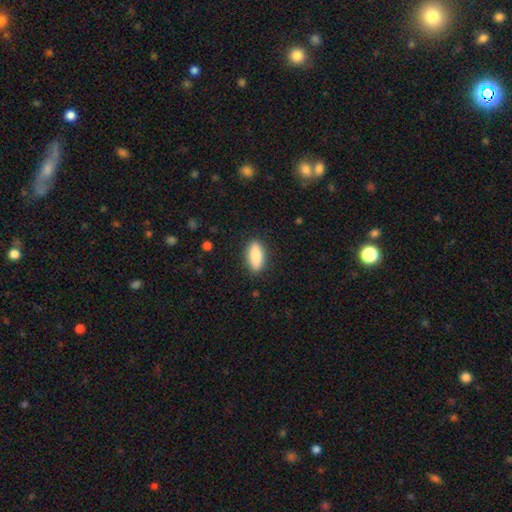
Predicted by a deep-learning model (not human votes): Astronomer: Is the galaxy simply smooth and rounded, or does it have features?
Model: smooth — 86%.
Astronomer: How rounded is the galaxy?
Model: in between — 76%.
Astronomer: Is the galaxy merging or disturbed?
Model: none — 87%.